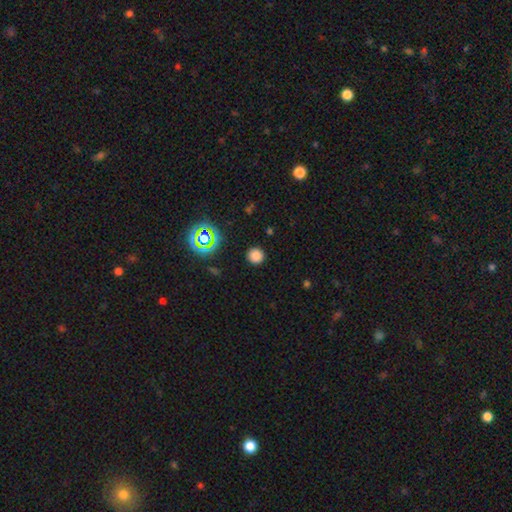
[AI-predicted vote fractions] Overall: smooth (78%). How rounded: round (93%). Merging: none (90%).